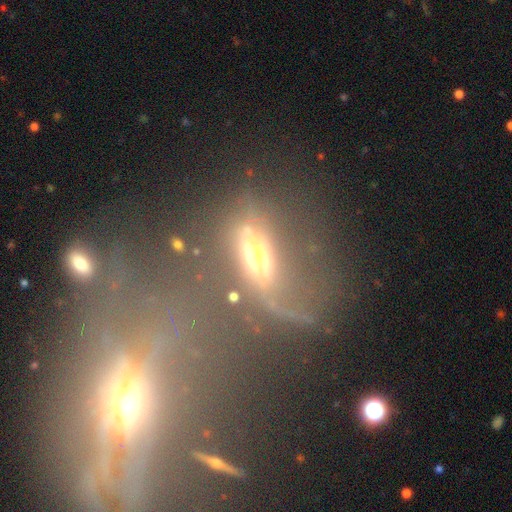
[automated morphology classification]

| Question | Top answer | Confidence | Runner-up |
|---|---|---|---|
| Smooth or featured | featured or disk | 51% | smooth (32%) |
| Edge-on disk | no | 70% | yes (30%) |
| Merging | major disturbance | 33% | none (31%) |